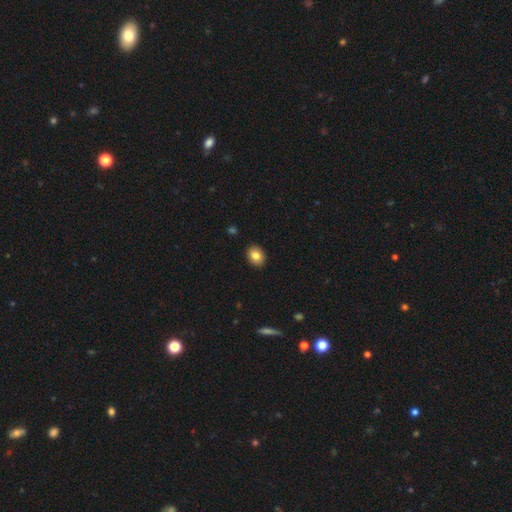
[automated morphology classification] This appears to be a smooth galaxy with no disk features (83%) that is in between round and cigar-shaped (61%). Merging: none (90%).